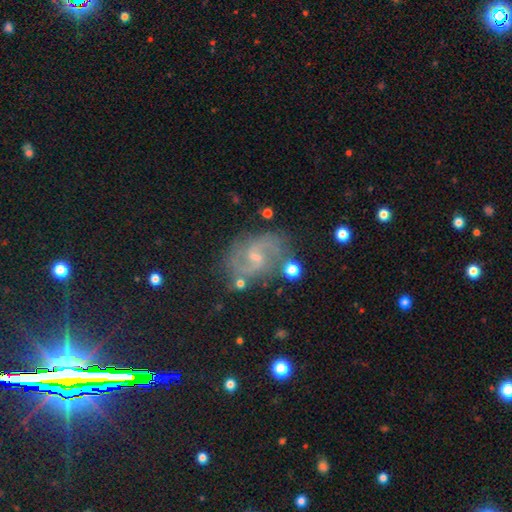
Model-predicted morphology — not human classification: This appears to be a featured or disk galaxy (82%) with a weak bar (58%), 2 (88%) medium (54%) spiral arms (96%) and a small central bulge (65%). Merging: none (74%).